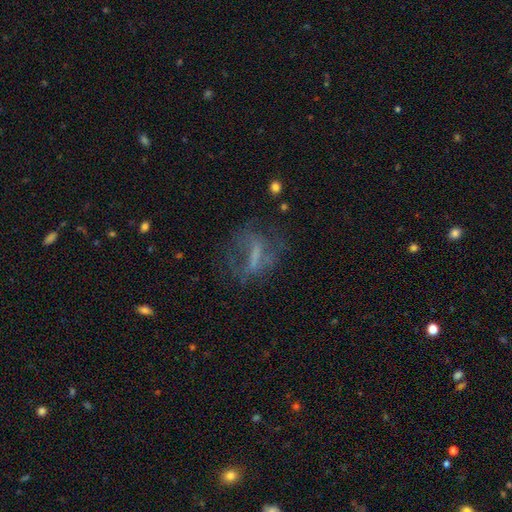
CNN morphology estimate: smooth-or-featured: featured or disk: 52% | smooth: 31% | star or artifact: 17%
  disk-edge-on: no: 87% | yes: 13%
  merging: none: 50% | major disturbance: 28% | minor disturbance: 19% | merger: 3%